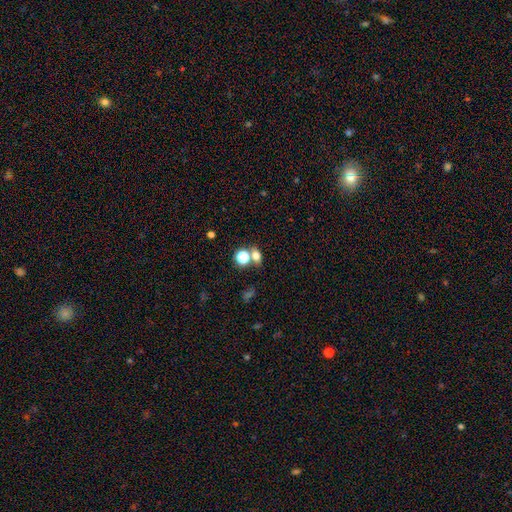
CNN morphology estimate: smooth-or-featured: smooth: 68% | star or artifact: 21% | featured or disk: 11%
  how-rounded: in between: 55% | round: 42% | cigar-shaped: 3%
  merging: none: 58% | merger: 29% | minor disturbance: 9% | major disturbance: 4%